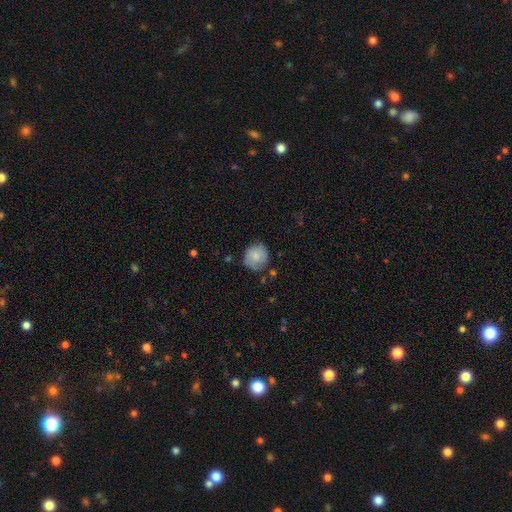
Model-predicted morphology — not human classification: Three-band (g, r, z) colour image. It shows a smooth galaxy with no disk features (77%) that is round (86%). Merging: none (73%).